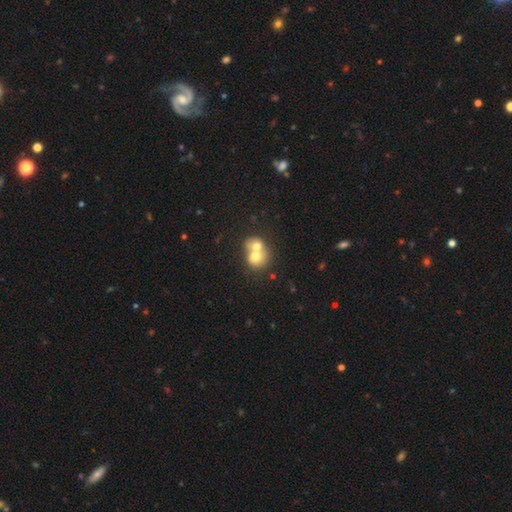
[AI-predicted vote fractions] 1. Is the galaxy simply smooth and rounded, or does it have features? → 67% smooth, 23% featured or disk, 9% star or artifact.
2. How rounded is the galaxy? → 68% round, 31% in between, 1% cigar-shaped.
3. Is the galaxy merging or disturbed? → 73% merger, 20% none, 5% minor disturbance, 3% major disturbance.